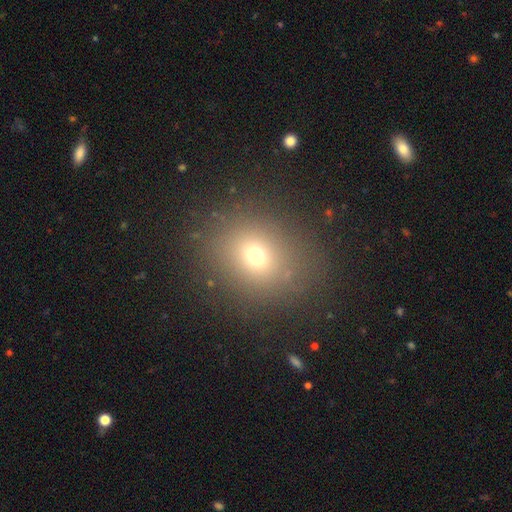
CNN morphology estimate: This is likely a smooth galaxy (69%). How rounded: likely round (65%). Merging: clearly none (83%).